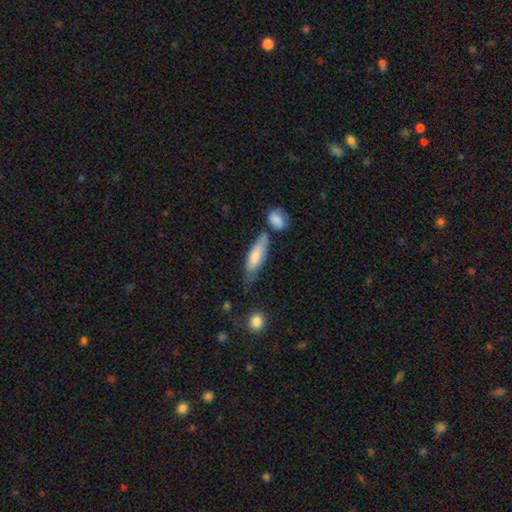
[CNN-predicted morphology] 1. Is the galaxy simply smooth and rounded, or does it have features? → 77% smooth, 18% featured or disk, 6% star or artifact.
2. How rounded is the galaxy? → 52% in between, 46% cigar-shaped, 2% round.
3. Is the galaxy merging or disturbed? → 49% none, 29% minor disturbance, 13% merger, 9% major disturbance.